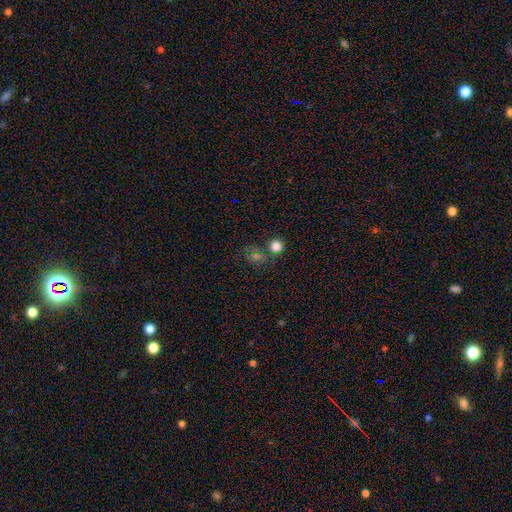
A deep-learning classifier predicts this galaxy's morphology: A smooth galaxy with no disk features (45%).

Vote fractions:
- Smooth or featured? smooth: 45% / star or artifact: 37% / featured or disk: 18%
- Merging? none: 59% / merger: 19% / minor disturbance: 13% / major disturbance: 8%